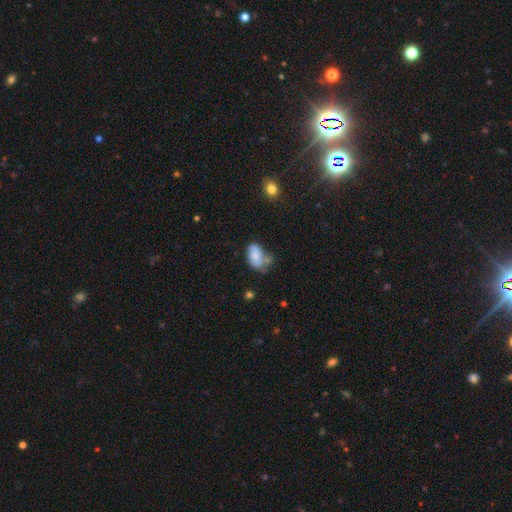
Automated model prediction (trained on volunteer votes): Overall: smooth (69%). How rounded: in between (89%). Merging: none (30%, tied with minor disturbance).